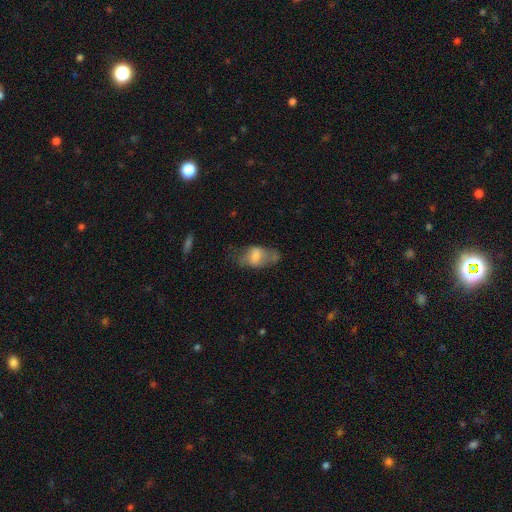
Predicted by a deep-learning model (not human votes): Smooth or featured?
  - smooth: 56% *
  - featured or disk: 35%
  - star or artifact: 9%
How rounded?
  - in between: 86% *
  - cigar-shaped: 7%
  - round: 7%
Merging?
  - none: 45% *
  - minor disturbance: 29%
  - major disturbance: 21%
  - merger: 5%